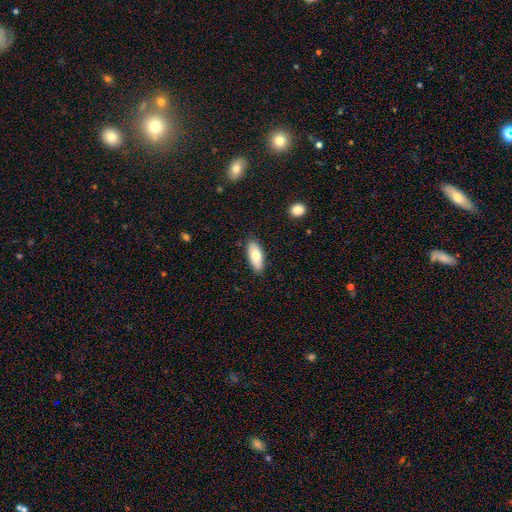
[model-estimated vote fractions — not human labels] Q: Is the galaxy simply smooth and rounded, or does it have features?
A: smooth — 75%.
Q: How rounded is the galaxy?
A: in between — 83%.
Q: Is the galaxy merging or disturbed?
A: none — 86%.